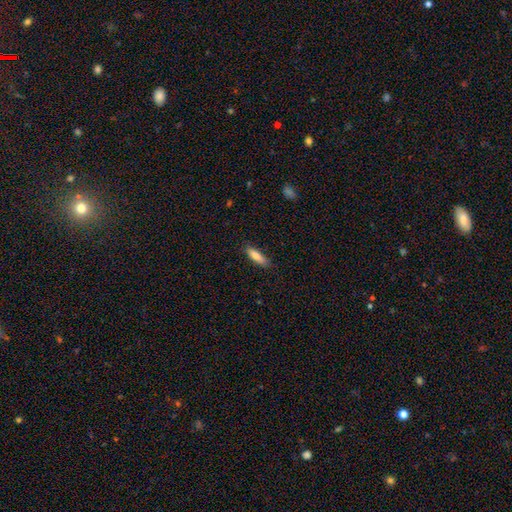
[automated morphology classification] Overall: smooth (81%). How rounded: cigar-shaped (60%; in between 39%). Merging: none (84%).